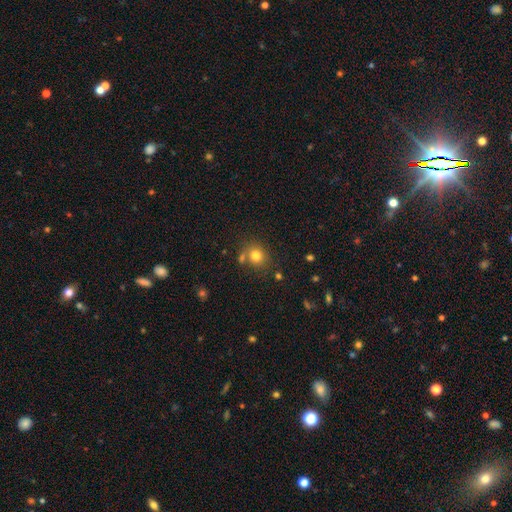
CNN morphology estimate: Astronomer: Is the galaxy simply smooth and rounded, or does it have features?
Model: smooth — 79%.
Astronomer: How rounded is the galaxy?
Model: round — 75%.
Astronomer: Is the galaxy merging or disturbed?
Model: none — 68%.